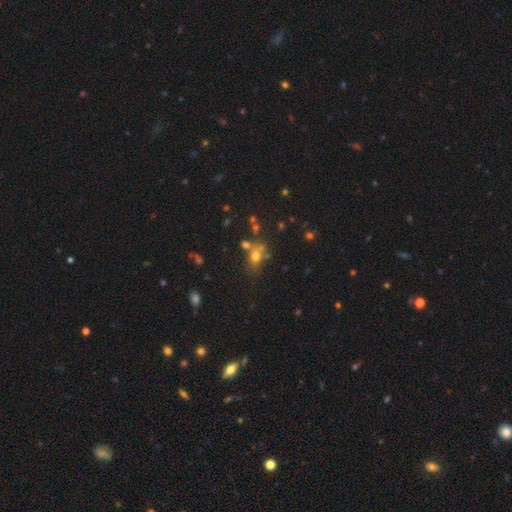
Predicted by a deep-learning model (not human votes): The model was most divided on "how rounded": in between: 52%, round: 45%, cigar-shaped: 3%. Remaining: smooth or featured — smooth (63%); merging — none (49%).